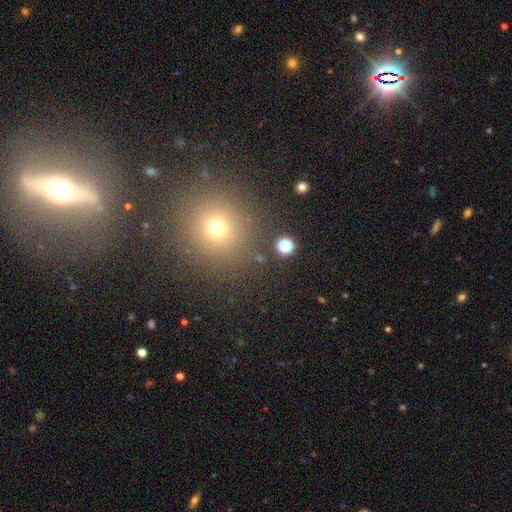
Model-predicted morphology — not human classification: Smooth or featured?
  - smooth: 45% *
  - star or artifact: 34%
  - featured or disk: 21%
Merging?
  - none: 85% *
  - minor disturbance: 7%
  - merger: 5%
  - major disturbance: 3%